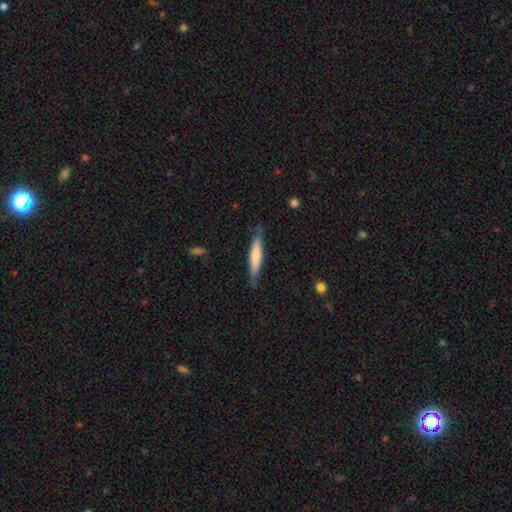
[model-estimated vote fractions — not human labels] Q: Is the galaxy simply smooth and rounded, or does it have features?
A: smooth — 60%.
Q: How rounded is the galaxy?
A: cigar-shaped — 91%.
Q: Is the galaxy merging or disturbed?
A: none — 78%.